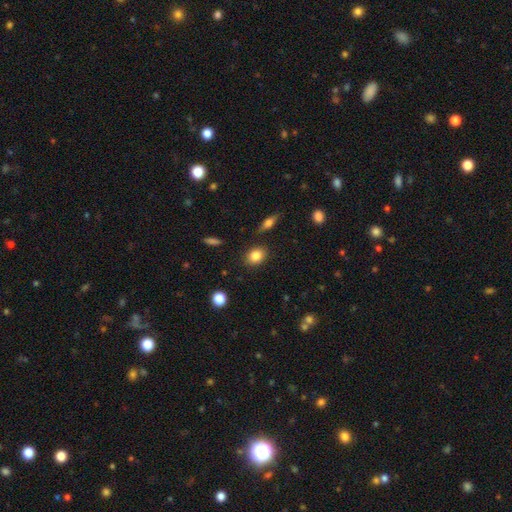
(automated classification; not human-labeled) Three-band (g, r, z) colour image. It shows a smooth galaxy with no disk features (83%) that is in between round and cigar-shaped (55%). Merging: none (85%).